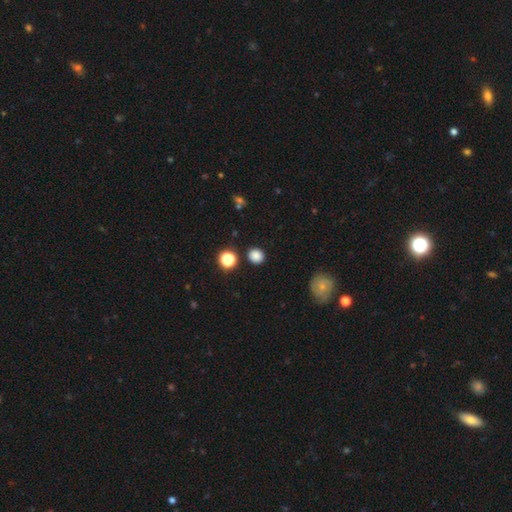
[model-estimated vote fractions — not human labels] smooth-or-featured: smooth: 83% | star or artifact: 13% | featured or disk: 4%
  how-rounded: round: 83% | in between: 16% | cigar-shaped: 1%
  merging: none: 88% | minor disturbance: 7% | merger: 3% | major disturbance: 2%